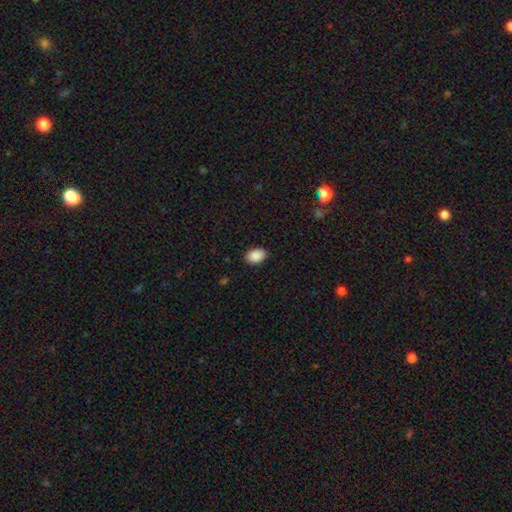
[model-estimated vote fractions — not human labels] This appears to be a smooth galaxy with no disk features (90%) that is in between round and cigar-shaped (87%). Merging: none (88%).